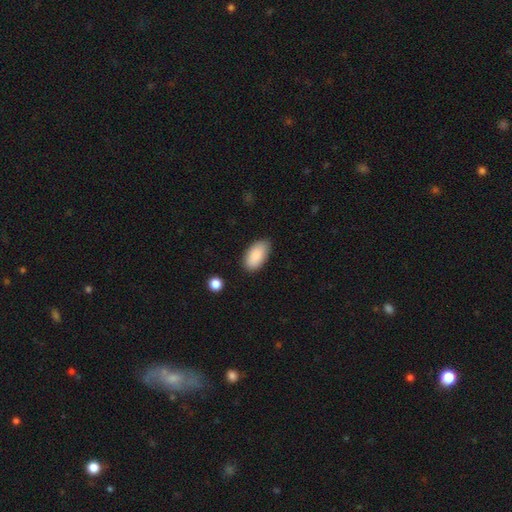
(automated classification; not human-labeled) Q: Smooth or featured?
A: smooth (86%); runner-up: featured or disk (7%)
Q: How rounded?
A: in between (95%); runner-up: round (3%)
Q: Merging?
A: none (82%); runner-up: minor disturbance (14%)